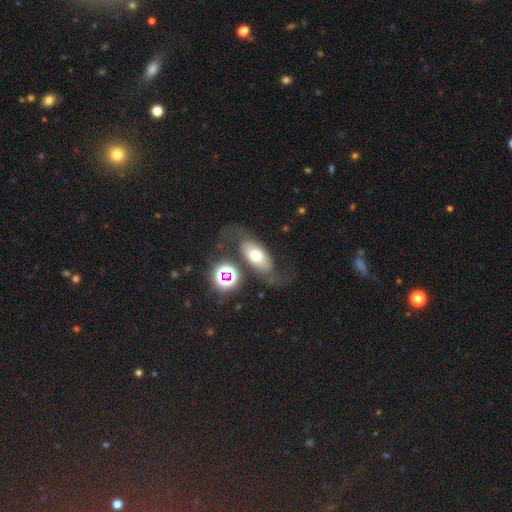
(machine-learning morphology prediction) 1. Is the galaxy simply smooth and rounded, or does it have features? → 47% featured or disk, 40% smooth, 13% star or artifact.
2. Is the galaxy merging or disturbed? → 57% none, 20% major disturbance, 17% minor disturbance, 7% merger.